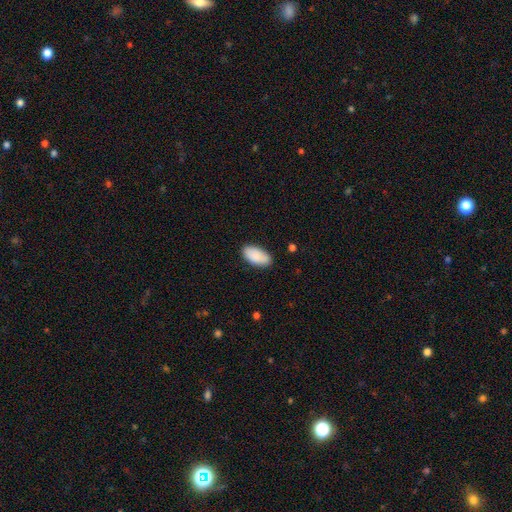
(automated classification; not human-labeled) A smooth galaxy with no disk features (89%) that is in between round and cigar-shaped (95%). Merging: none (84%).